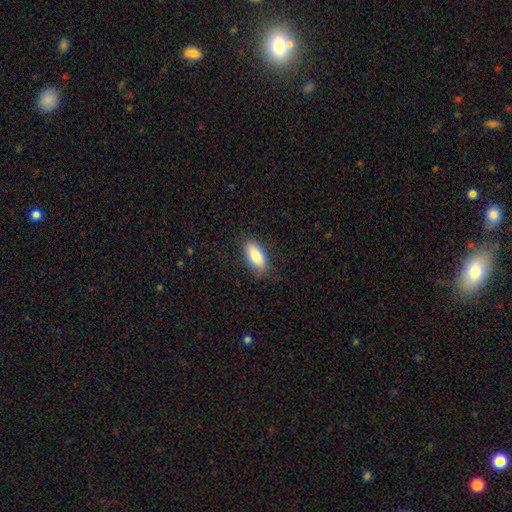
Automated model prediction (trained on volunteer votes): This appears to be a smooth galaxy with no disk features (81%) that is in between round and cigar-shaped (82%). Merging: none (84%).